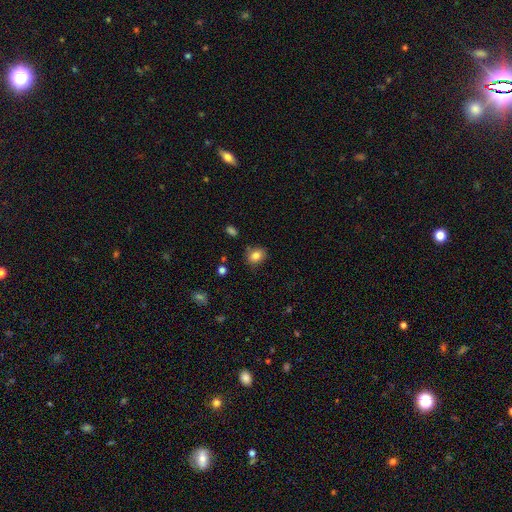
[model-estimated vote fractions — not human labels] smooth_or_featured: smooth (p=0.83) [alt: star or artifact p=0.10]
how_rounded: round (p=0.64) [alt: in between p=0.35]
merging: none (p=0.78) [alt: minor disturbance p=0.16]